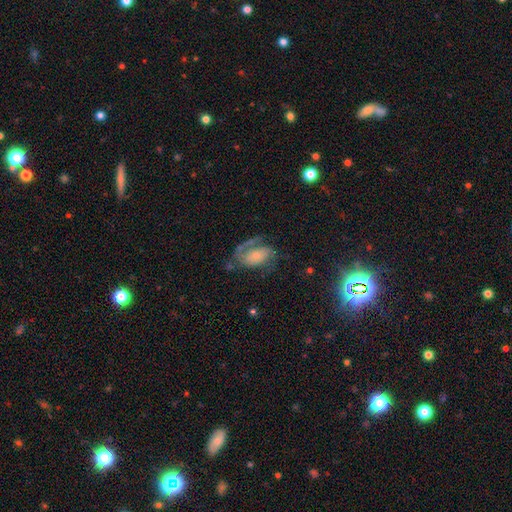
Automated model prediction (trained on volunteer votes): featured or disk 69%, smooth 23%, star or artifact 8%. Down the decision tree: edge-on disk — no (97%); bar — no (60%); spiral arms — yes (88%); spiral arm count — 2 (55%); spiral winding — medium (44%); bulge size — small (46%); merging — none (47%).